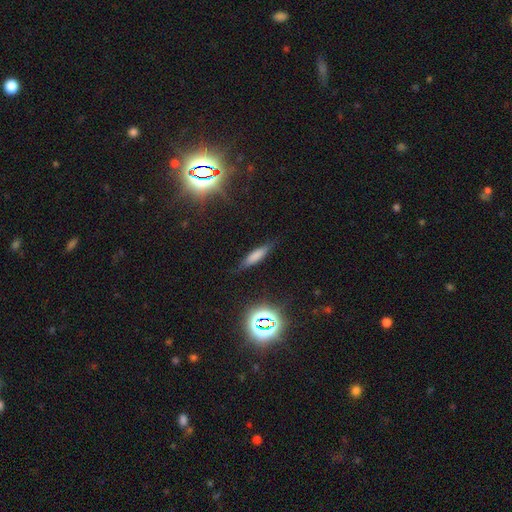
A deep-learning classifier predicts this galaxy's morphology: Q: Smooth or featured?
A: smooth (66%); runner-up: featured or disk (19%)
Q: How rounded?
A: cigar-shaped (75%); runner-up: in between (23%)
Q: Merging?
A: none (81%); runner-up: minor disturbance (14%)